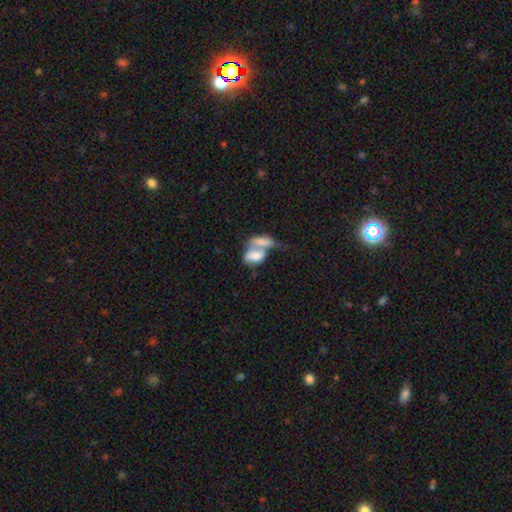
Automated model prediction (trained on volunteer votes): smooth-or-featured: smooth: 64% | featured or disk: 28% | star or artifact: 8%
  how-rounded: in between: 84% | round: 12% | cigar-shaped: 4%
  merging: merger: 74% | none: 11% | major disturbance: 9% | minor disturbance: 6%